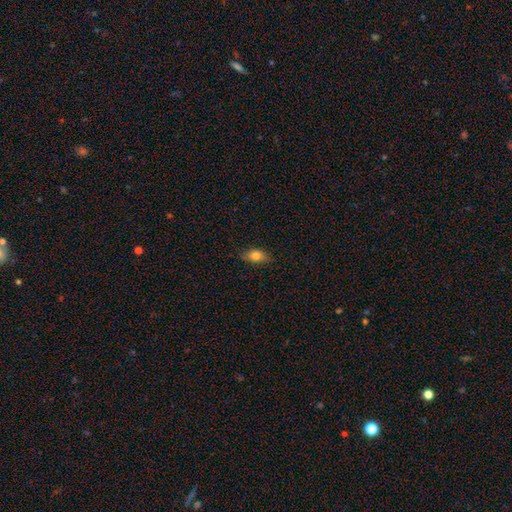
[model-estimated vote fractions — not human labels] smooth_or_featured: smooth (p=0.77) [alt: featured or disk p=0.15]
how_rounded: in between (p=0.84) [alt: round p=0.10]
merging: none (p=0.84) [alt: minor disturbance p=0.12]